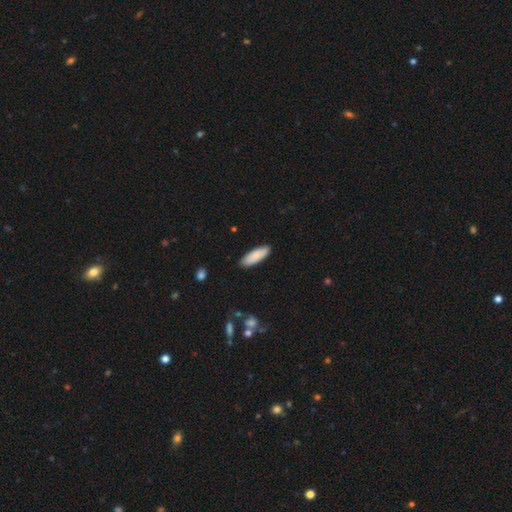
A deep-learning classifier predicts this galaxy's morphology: Smooth or featured? smooth (88%)
How rounded? in between (61%)
Merging? none (88%)